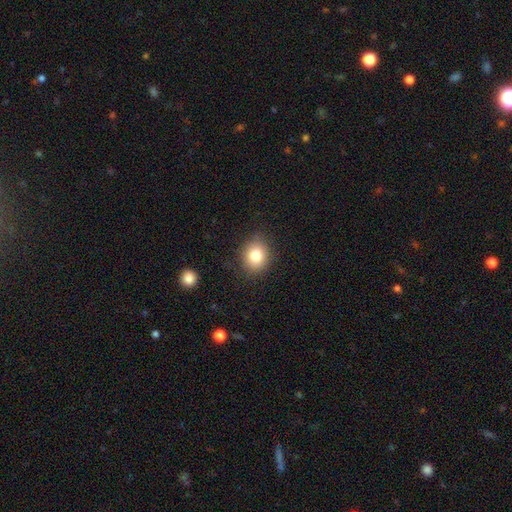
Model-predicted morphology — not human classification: Smooth or featured? smooth (81%)
How rounded? round (64%)
Merging? none (85%)